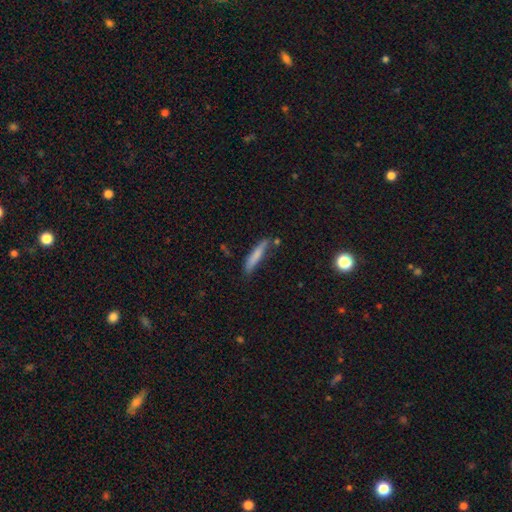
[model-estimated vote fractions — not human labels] The model was most divided on "smooth or featured": smooth: 74%, featured or disk: 19%, star or artifact: 7%. More confident: how rounded — cigar-shaped (91%); merging — none (74%).